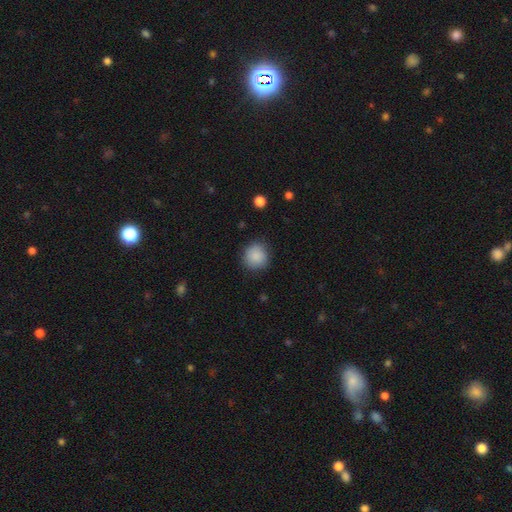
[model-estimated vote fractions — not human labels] Smooth or featured?
  - smooth: 87% *
  - star or artifact: 8%
  - featured or disk: 5%
How rounded?
  - round: 90% *
  - in between: 9%
  - cigar-shaped: 1%
Merging?
  - none: 84% *
  - minor disturbance: 12%
  - major disturbance: 3%
  - merger: 1%